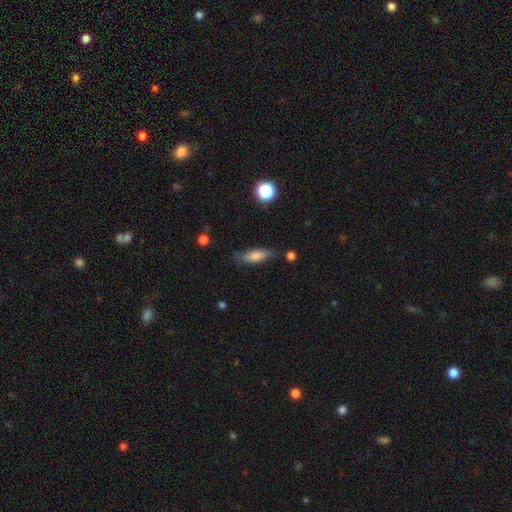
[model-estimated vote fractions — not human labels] smooth_or_featured: smooth (p=0.73) [alt: featured or disk p=0.20]
how_rounded: cigar-shaped (p=0.49) [alt: in between p=0.48]
merging: none (p=0.77) [alt: minor disturbance p=0.16]